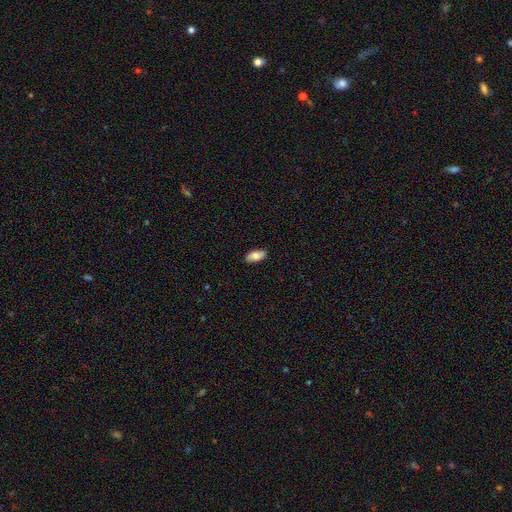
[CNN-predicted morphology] Smooth or featured? Predicted: smooth (p=0.79). How rounded? Predicted: in between (p=0.91). Merging? Predicted: none (p=0.87).